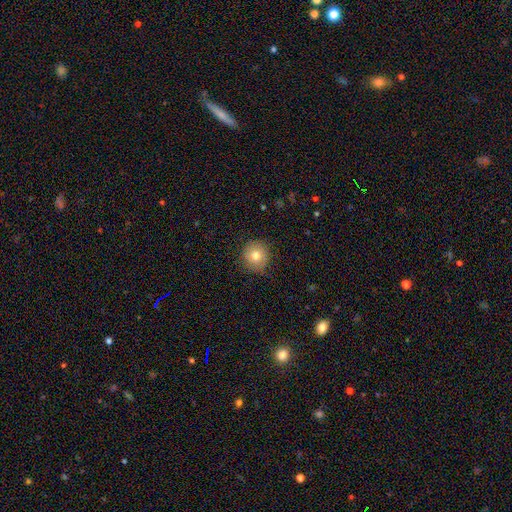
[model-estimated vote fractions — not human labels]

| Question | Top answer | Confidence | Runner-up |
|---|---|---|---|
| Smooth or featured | smooth | 77% | featured or disk (13%) |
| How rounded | round | 92% | in between (7%) |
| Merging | none | 86% | minor disturbance (10%) |